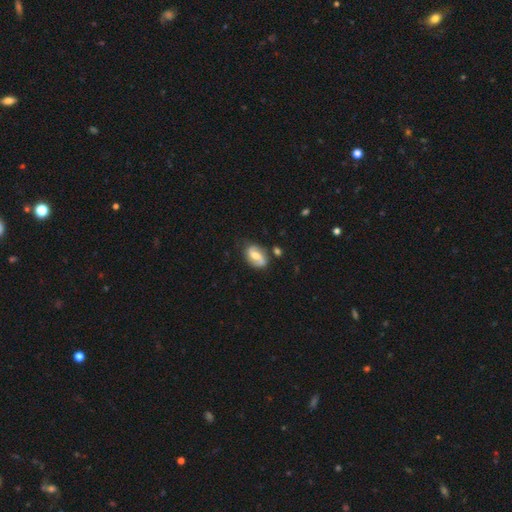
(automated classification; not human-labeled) Overall: featured or disk (66%; smooth 28%). Edge-on disk: no (96%). Bar: weak (43%; no 31%). Spiral arms: yes (87%). Spiral arm count: 2 (86%). Spiral winding: loose (44%; medium 37%). Bulge size: moderate (65%). Merging: none (72%).